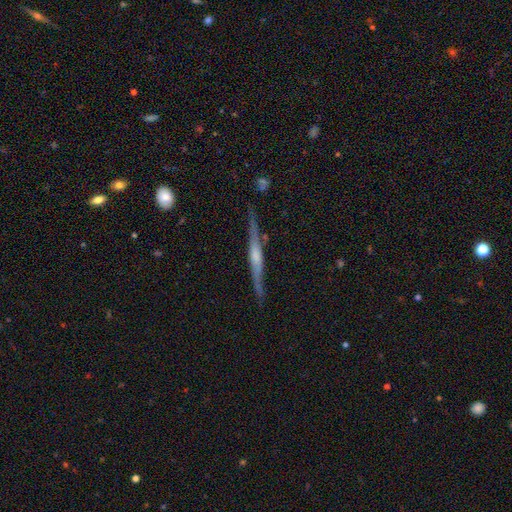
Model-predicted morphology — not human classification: smooth_or_featured: featured or disk (p=0.75) [alt: smooth p=0.19]
disk_edge_on: yes (p=0.96) [alt: no p=0.04]
edge_on_bulge: rounded (p=0.49) [alt: boxy p=0.29]
merging: none (p=0.81) [alt: minor disturbance p=0.13]